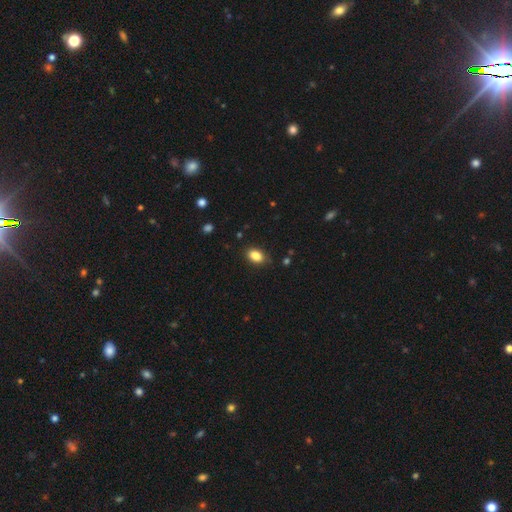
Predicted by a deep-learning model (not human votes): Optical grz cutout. It shows a smooth galaxy with no disk features (87%) that is in between round and cigar-shaped (85%). Merging: none (85%).